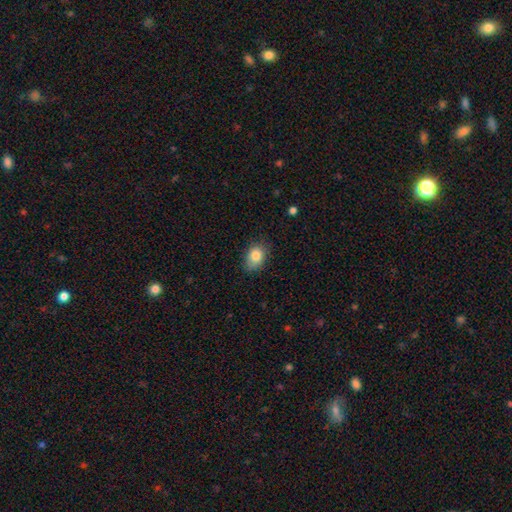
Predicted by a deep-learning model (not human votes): Smooth or featured: smooth — 83% (star or artifact — 9%)
How rounded: in between — 72% (round — 27%)
Merging: none — 74% (minor disturbance — 21%)